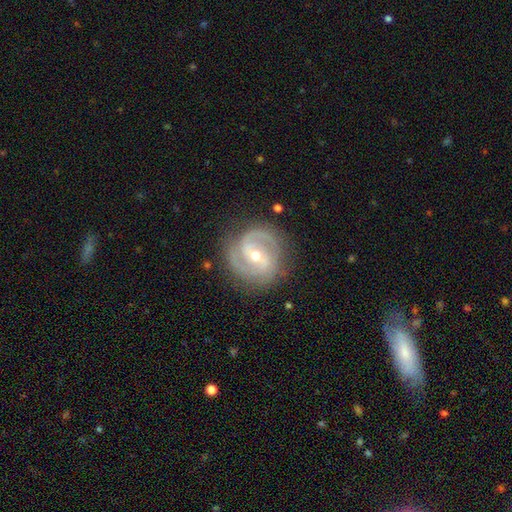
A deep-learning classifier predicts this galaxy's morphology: Smooth or featured? Predicted: featured or disk (p=0.89). Edge-on disk? Predicted: no (p=0.97). Bar? Predicted: weak (p=0.47). Spiral arms? Predicted: yes (p=0.97). Spiral winding? Predicted: tight (p=0.49). Spiral arm count? Predicted: 2 (p=0.78). Bulge size? Predicted: moderate (p=0.57). Merging? Predicted: none (p=0.81).